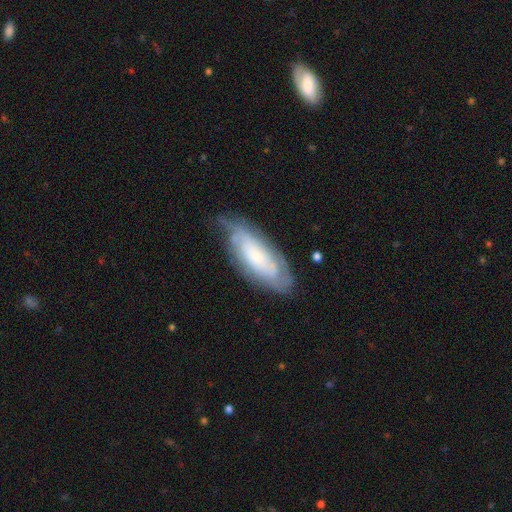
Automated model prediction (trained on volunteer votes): Smooth or featured?
  - featured or disk: 63% *
  - smooth: 31%
  - star or artifact: 7%
Edge-on disk?
  - no: 86% *
  - yes: 14%
Bar?
  - no: 76% *
  - weak: 19%
  - strong: 5%
Spiral arms?
  - yes: 83% *
  - no: 17%
Bulge size?
  - small: 66% *
  - moderate: 21%
  - none: 6%
  - large: 5%
  - dominant: 2%
Merging?
  - none: 64% *
  - minor disturbance: 26%
  - major disturbance: 9%
  - merger: 2%